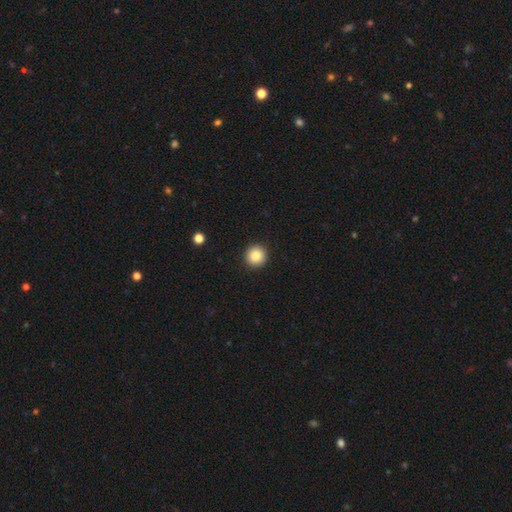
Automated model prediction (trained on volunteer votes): The model was most divided on "smooth or featured": smooth: 86%, star or artifact: 9%, featured or disk: 5%. More confident: how rounded — round (95%); merging — none (93%).